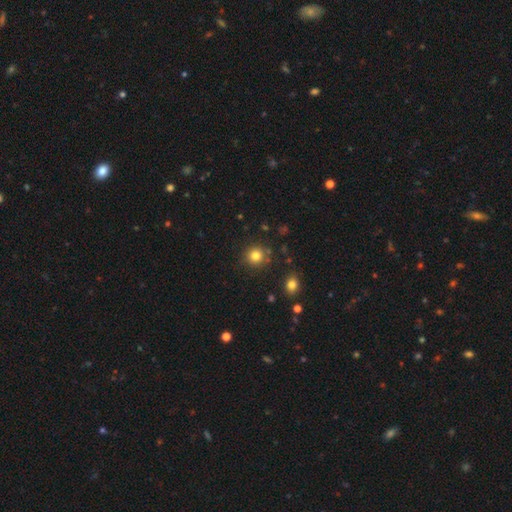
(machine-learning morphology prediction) Smooth or featured? Predicted: smooth (p=0.82). How rounded? Predicted: round (p=0.91). Merging? Predicted: none (p=0.86).